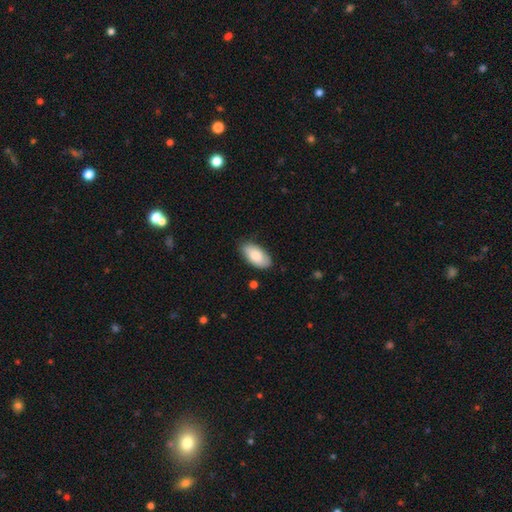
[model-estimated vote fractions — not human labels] The model was most divided on "merging": none: 80%, minor disturbance: 16%, major disturbance: 3%, merger: 1%. More confident: how rounded — in between (94%); smooth or featured — smooth (84%).